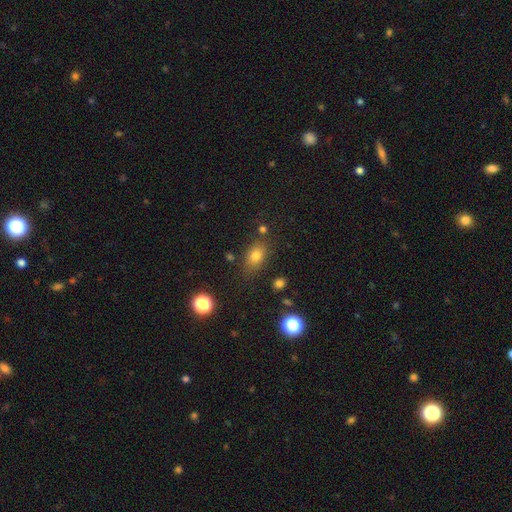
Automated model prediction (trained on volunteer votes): Q: Smooth or featured?
A: smooth (76%); runner-up: star or artifact (15%)
Q: How rounded?
A: in between (73%); runner-up: round (24%)
Q: Merging?
A: none (76%); runner-up: minor disturbance (14%)